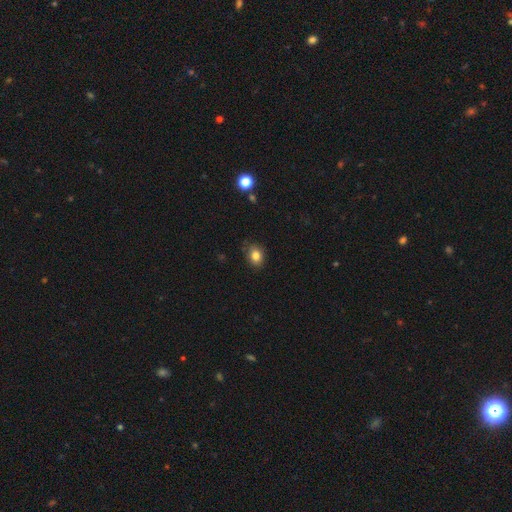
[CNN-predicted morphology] Smooth or featured? Predicted: smooth (p=0.82). How rounded? Predicted: in between (p=0.58). Merging? Predicted: none (p=0.80).